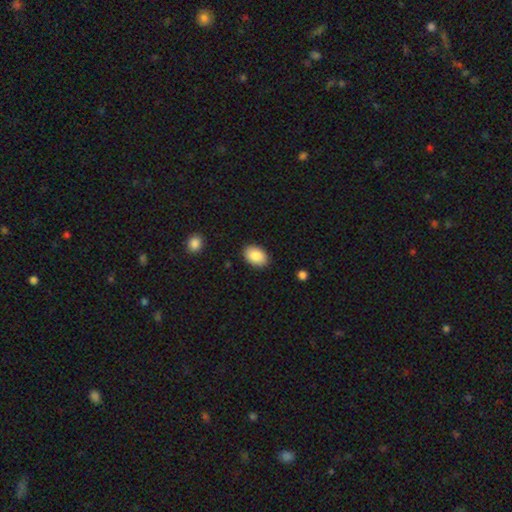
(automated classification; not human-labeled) smooth 89%, star or artifact 7%, featured or disk 5%. Down the decision tree: how rounded — in between (85%); merging — none (88%).